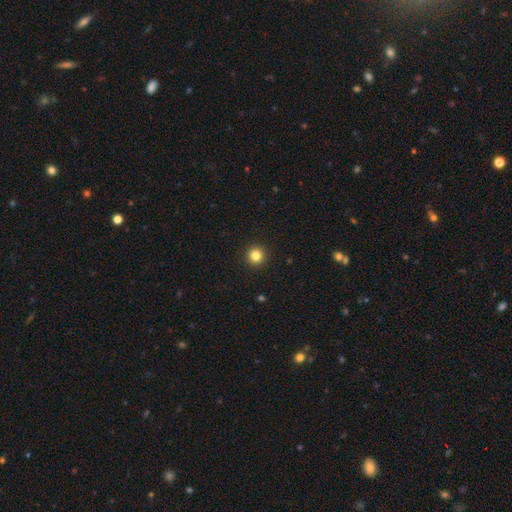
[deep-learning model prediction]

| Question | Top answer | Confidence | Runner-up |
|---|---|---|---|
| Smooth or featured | smooth | 83% | star or artifact (12%) |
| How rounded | round | 96% | in between (4%) |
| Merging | none | 93% | minor disturbance (4%) |